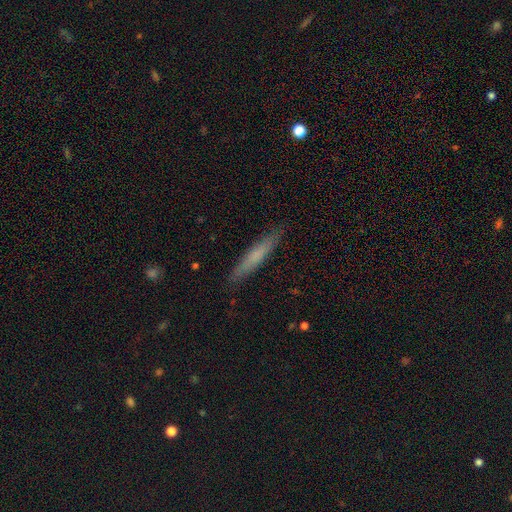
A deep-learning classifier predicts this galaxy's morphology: Smooth or featured?
  - smooth: 63% *
  - featured or disk: 30%
  - star or artifact: 6%
How rounded?
  - cigar-shaped: 94% *
  - in between: 5%
  - round: 1%
Merging?
  - none: 89% *
  - minor disturbance: 8%
  - major disturbance: 2%
  - merger: 1%